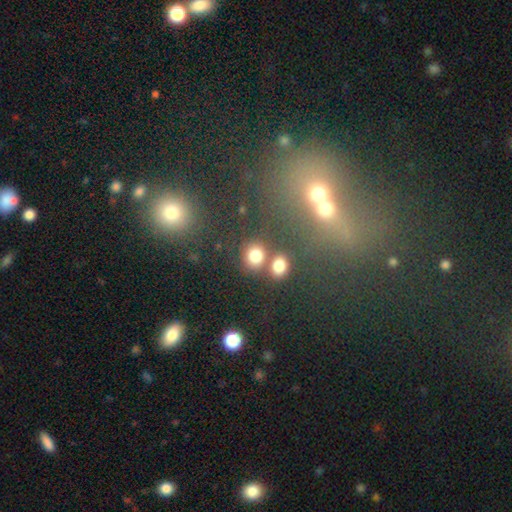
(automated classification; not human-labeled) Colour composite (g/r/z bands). It shows a smooth galaxy with no disk features (77%) that is round (72%). Merging: none (59%).